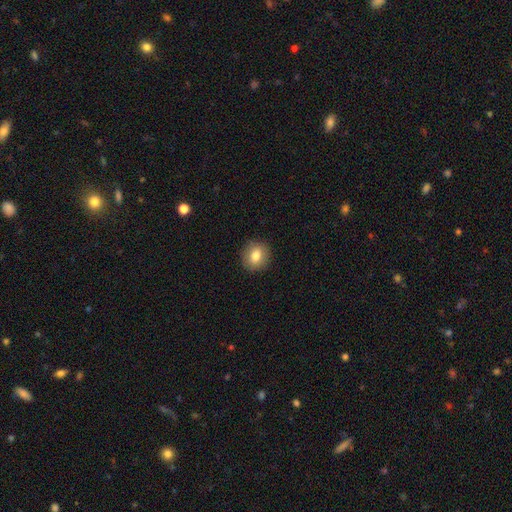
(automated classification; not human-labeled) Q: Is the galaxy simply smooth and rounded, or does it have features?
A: smooth — 81%.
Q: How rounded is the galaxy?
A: round — 79%.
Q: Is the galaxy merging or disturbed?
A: none — 90%.